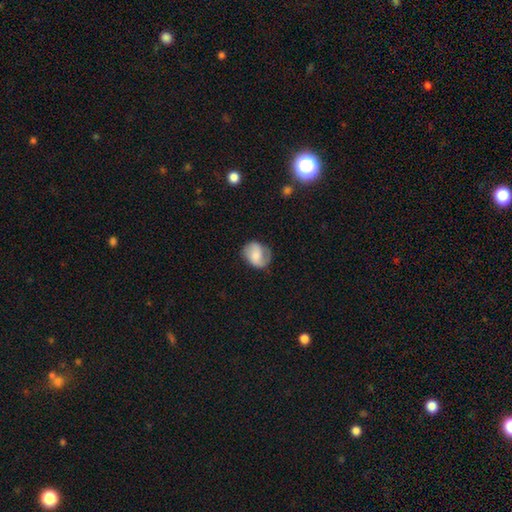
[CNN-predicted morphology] type=smooth (48%); merging=none (59%).